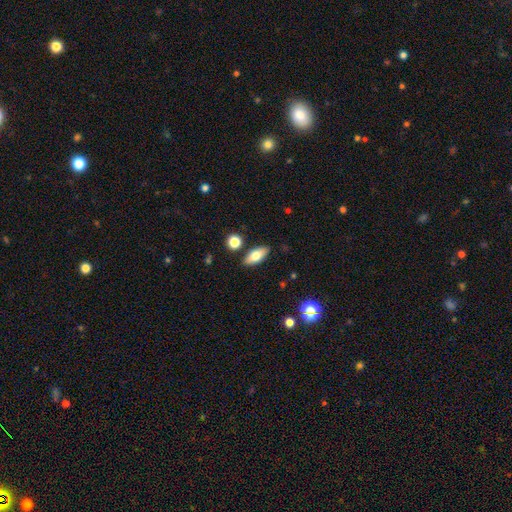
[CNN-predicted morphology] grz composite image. It shows a smooth galaxy with no disk features (70%) that is in between round and cigar-shaped (81%). Merging: none (85%).